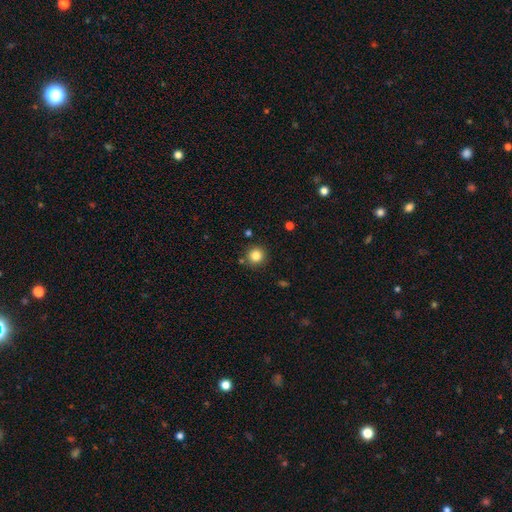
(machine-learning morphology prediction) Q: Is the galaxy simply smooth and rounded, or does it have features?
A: smooth — 83%.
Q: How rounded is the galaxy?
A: round — 94%.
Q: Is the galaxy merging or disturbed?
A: none — 87%.